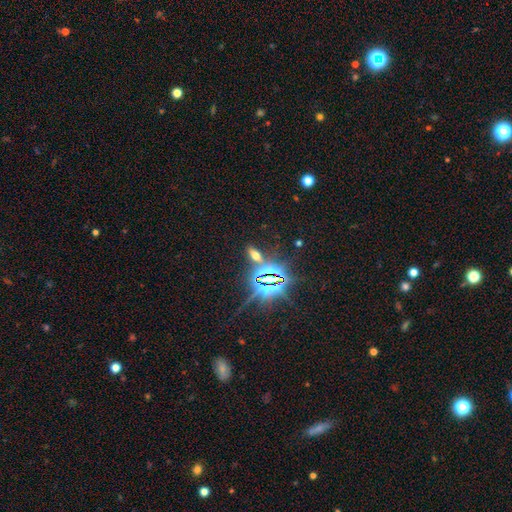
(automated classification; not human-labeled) Q: Smooth or featured?
A: star or artifact (46%); runner-up: smooth (40%)